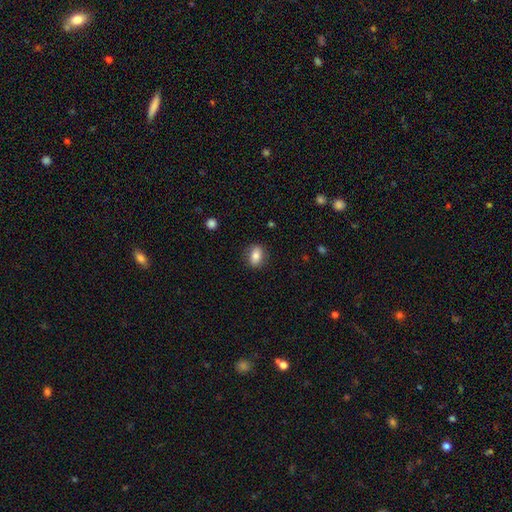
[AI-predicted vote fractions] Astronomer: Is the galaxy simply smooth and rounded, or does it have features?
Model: smooth — 78%.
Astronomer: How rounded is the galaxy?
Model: in between — 73%.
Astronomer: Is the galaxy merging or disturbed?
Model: none — 85%.